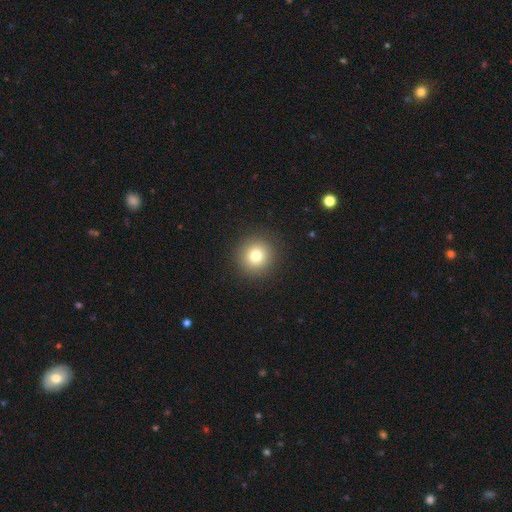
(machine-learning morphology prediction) The model was most divided on "smooth or featured": smooth: 79%, star or artifact: 12%, featured or disk: 9%. More confident: how rounded — round (93%); merging — none (92%).